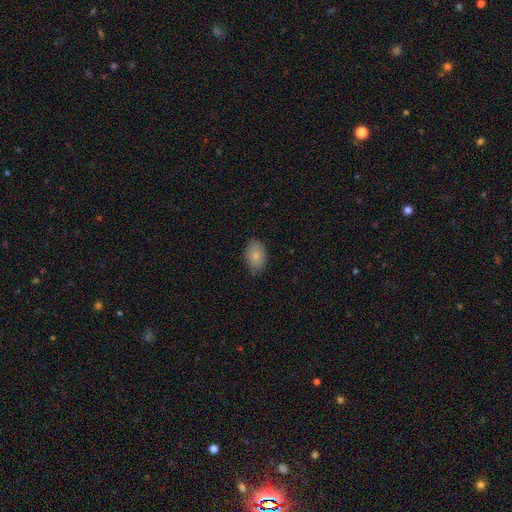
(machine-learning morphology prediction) Smooth or featured?
  - smooth: 81% *
  - featured or disk: 11%
  - star or artifact: 8%
How rounded?
  - in between: 86% *
  - round: 13%
  - cigar-shaped: 1%
Merging?
  - none: 76% *
  - minor disturbance: 20%
  - major disturbance: 3%
  - merger: 1%